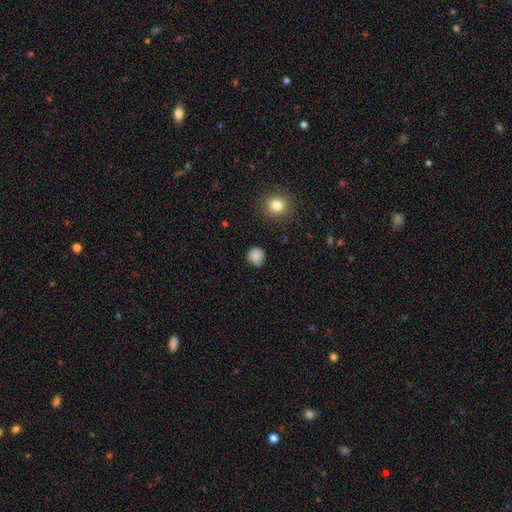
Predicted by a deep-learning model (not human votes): A smooth galaxy with no disk features (83%) that is round (88%). Merging: none (81%).